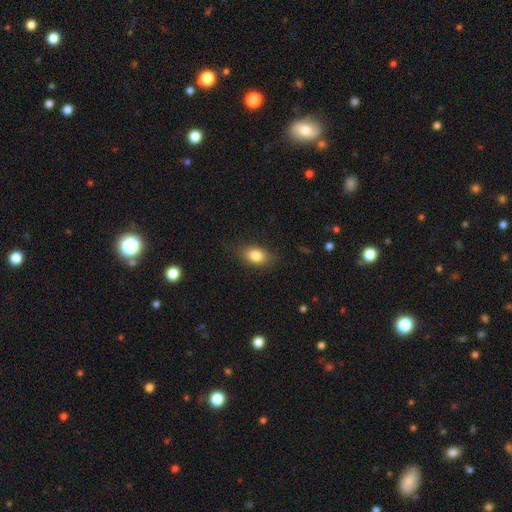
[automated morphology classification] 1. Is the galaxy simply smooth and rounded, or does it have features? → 82% smooth, 9% featured or disk, 8% star or artifact.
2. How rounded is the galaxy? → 82% in between, 15% round, 3% cigar-shaped.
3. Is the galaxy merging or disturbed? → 80% none, 15% minor disturbance, 4% major disturbance, 1% merger.